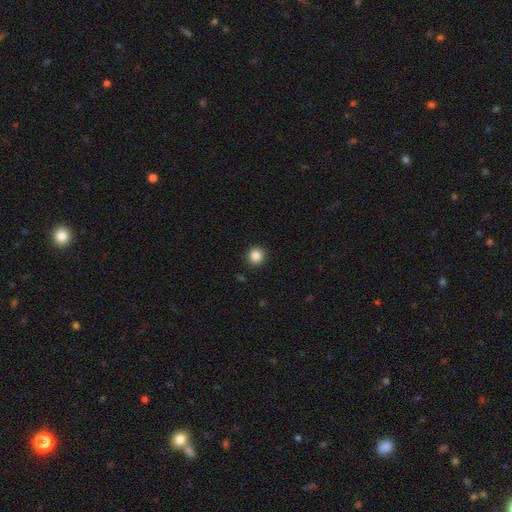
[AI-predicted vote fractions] smooth 87%, star or artifact 10%, featured or disk 3%. Down the decision tree: how rounded — round (92%); merging — none (91%).